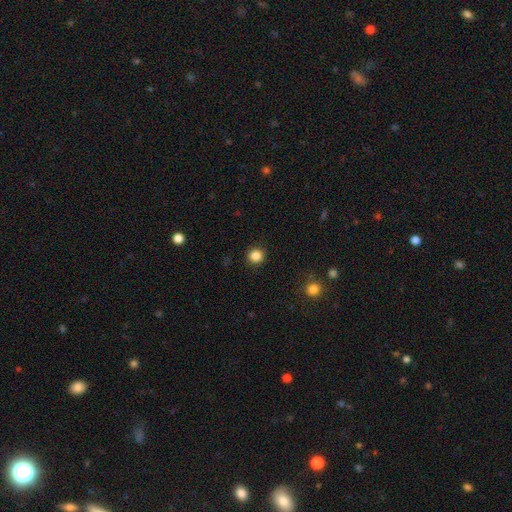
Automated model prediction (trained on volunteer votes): A smooth galaxy with no disk features (85%) that is round (93%).

Vote fractions:
- Smooth or featured? smooth: 85% / star or artifact: 12% / featured or disk: 3%
- How rounded? round: 93% / in between: 6% / cigar-shaped: 1%
- Merging? none: 91% / minor disturbance: 6% / major disturbance: 2% / merger: 1%